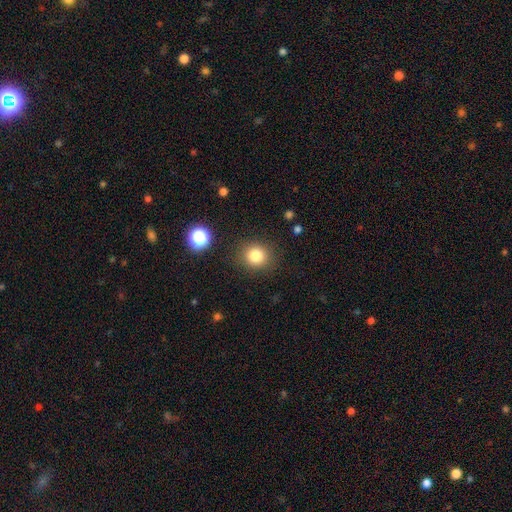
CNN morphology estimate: Smooth or featured: smooth — 82% (star or artifact — 12%)
How rounded: round — 86% (in between — 13%)
Merging: none — 87% (minor disturbance — 8%)